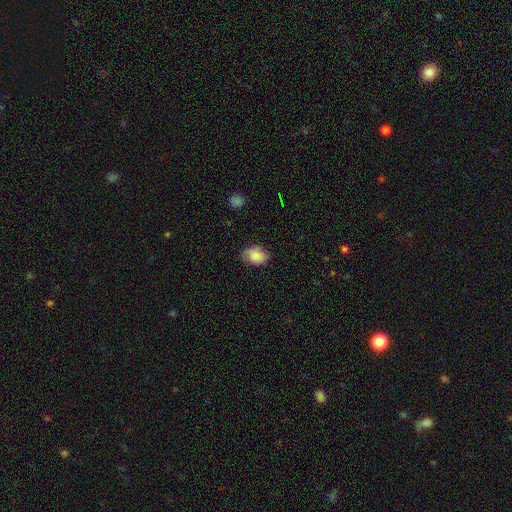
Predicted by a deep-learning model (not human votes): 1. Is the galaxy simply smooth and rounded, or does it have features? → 86% smooth, 8% star or artifact, 6% featured or disk.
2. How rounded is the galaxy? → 80% in between, 19% round, 1% cigar-shaped.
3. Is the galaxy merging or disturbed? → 71% none, 23% minor disturbance, 4% major disturbance, 1% merger.